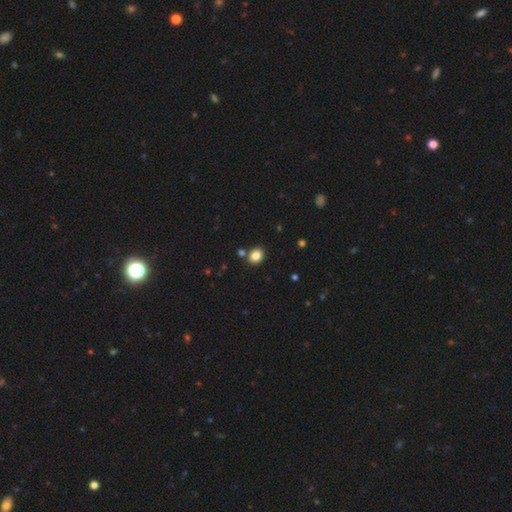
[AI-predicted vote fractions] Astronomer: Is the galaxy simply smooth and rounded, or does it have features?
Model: smooth — 86%.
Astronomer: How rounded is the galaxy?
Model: round — 50% (runner-up: in between, 49%).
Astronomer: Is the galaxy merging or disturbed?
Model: none — 79%.